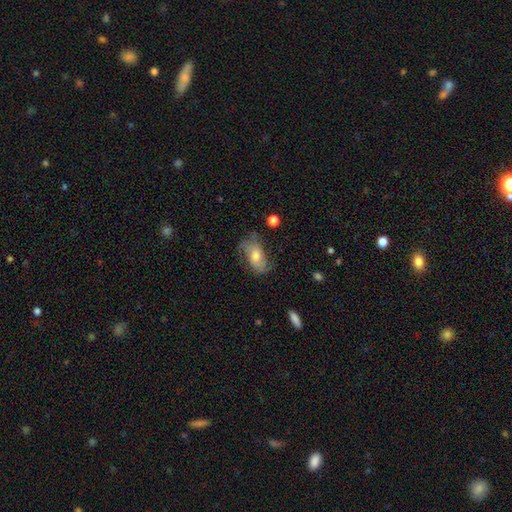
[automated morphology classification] This appears to be a featured or disk galaxy (58%) with no bar (66%), spiral arms (82%) and a moderate central bulge (59%). Merging: none (59%).